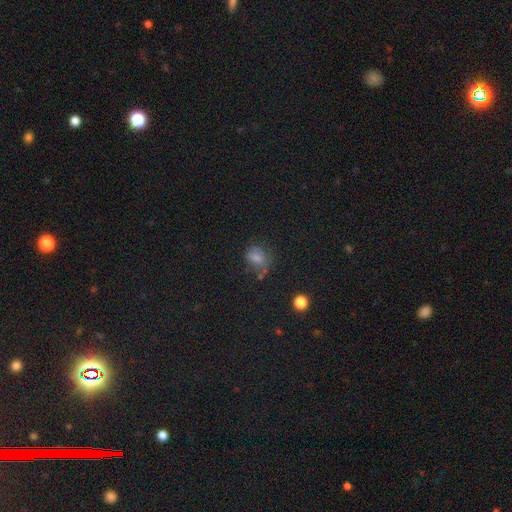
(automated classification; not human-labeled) smooth-or-featured: smooth: 62% | star or artifact: 24% | featured or disk: 14%
  how-rounded: in between: 51% | round: 48% | cigar-shaped: 2%
  merging: none: 57% | minor disturbance: 25% | major disturbance: 13% | merger: 6%